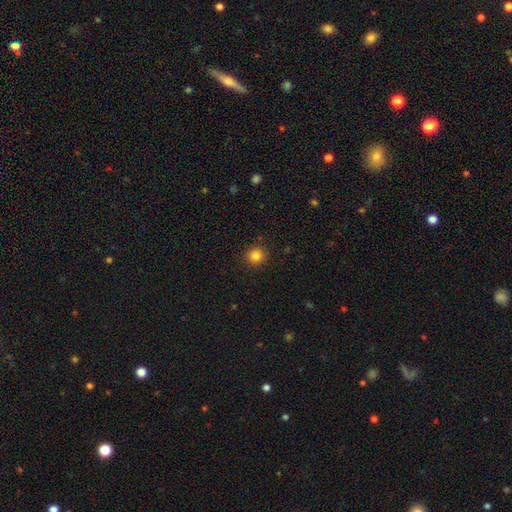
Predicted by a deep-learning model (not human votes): smooth 83%, star or artifact 12%, featured or disk 5%. Down the decision tree: how rounded — round (92%); merging — none (91%).